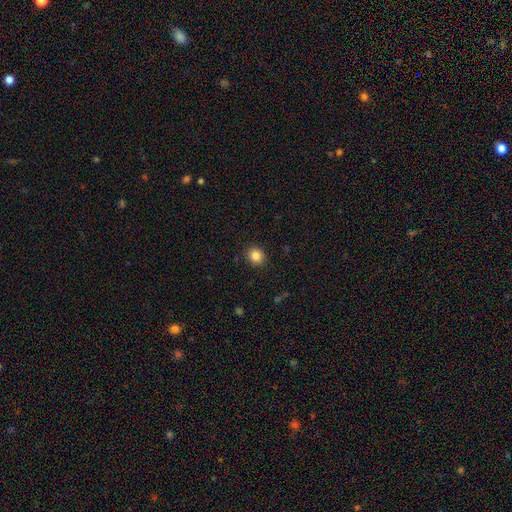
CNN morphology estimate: The model was most divided on "how rounded": round: 82%, in between: 17%, cigar-shaped: 1%. More confident: merging — none (91%); smooth or featured — smooth (85%).